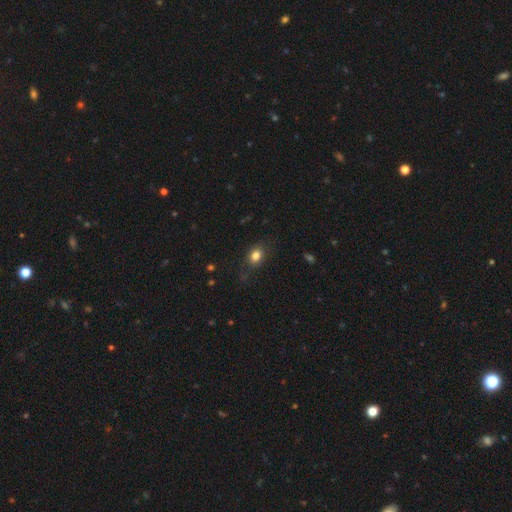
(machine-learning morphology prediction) Overall: smooth (82%). How rounded: in between (57%; round 42%). Merging: none (77%).